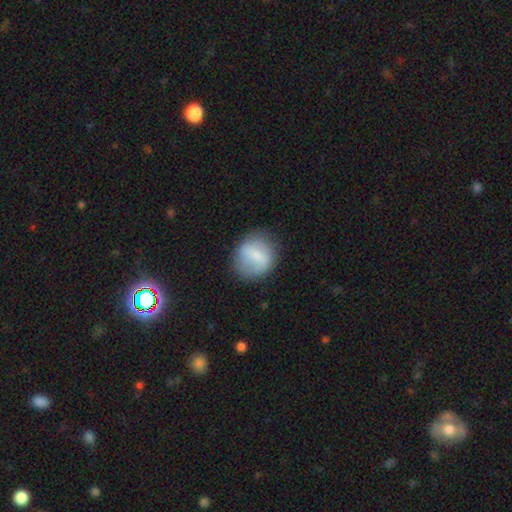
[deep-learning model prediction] Smooth or featured? Predicted: smooth (p=0.65). How rounded? Predicted: round (p=0.80). Merging? Predicted: none (p=0.75).